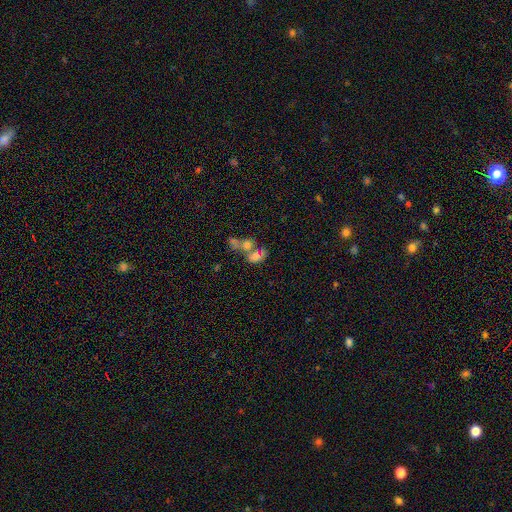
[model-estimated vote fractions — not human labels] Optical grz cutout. It shows a smooth galaxy with no disk features (61%) that is in between round and cigar-shaped (69%). Merging: merger (66%).